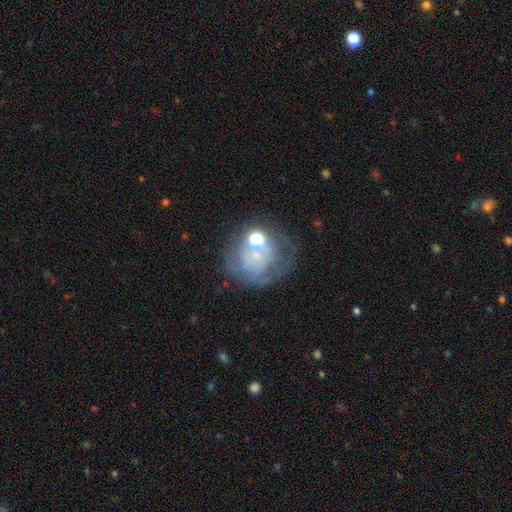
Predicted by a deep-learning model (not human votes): featured or disk 50%, smooth 31%, star or artifact 20%. Down the decision tree: merging — none (50%).